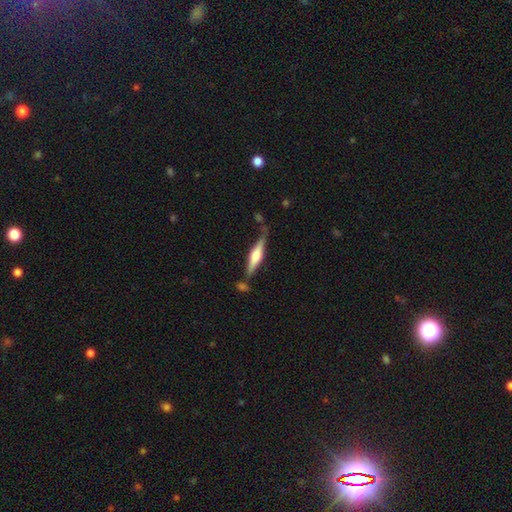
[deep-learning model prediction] This is likely a featured or disk galaxy (65%). It is clearly viewed edge-on (96%). Edge-on bulge: likely rounded (78%). Merging: likely none (67%).